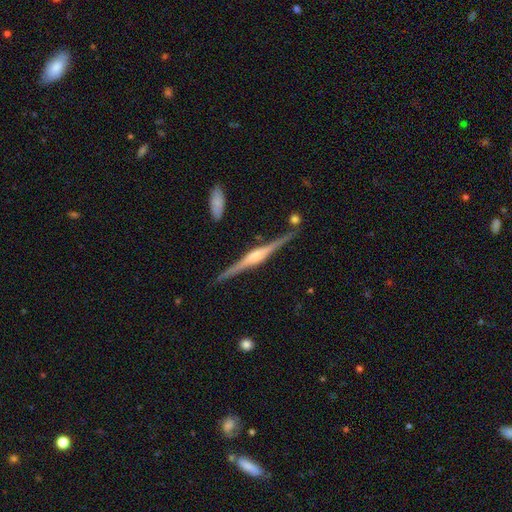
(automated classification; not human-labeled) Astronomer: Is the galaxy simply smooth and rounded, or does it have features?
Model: featured or disk — 86%.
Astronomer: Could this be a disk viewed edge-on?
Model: yes — 98%.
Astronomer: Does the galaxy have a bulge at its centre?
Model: rounded — 75%.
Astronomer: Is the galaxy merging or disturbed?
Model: none — 87%.